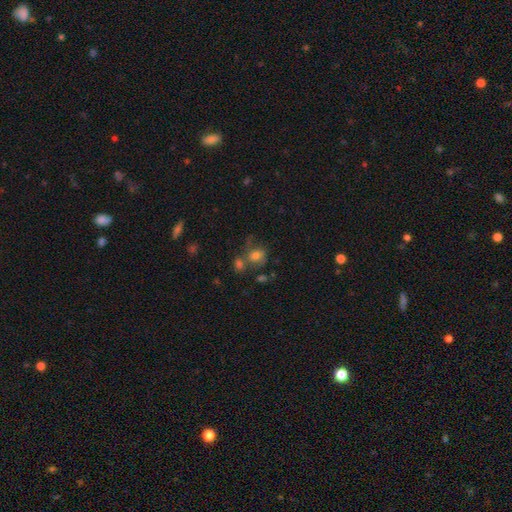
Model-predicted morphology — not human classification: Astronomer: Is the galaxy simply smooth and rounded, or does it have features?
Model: smooth — 63%.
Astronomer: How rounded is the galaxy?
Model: round — 63%.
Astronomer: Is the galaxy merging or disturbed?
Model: none — 40% (runner-up: merger, 29%).